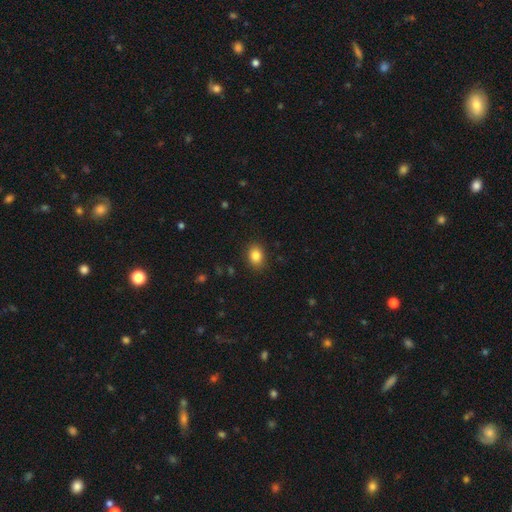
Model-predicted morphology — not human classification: This is clearly a smooth galaxy (85%). How rounded: likely in between (65%). Merging: clearly none (88%).